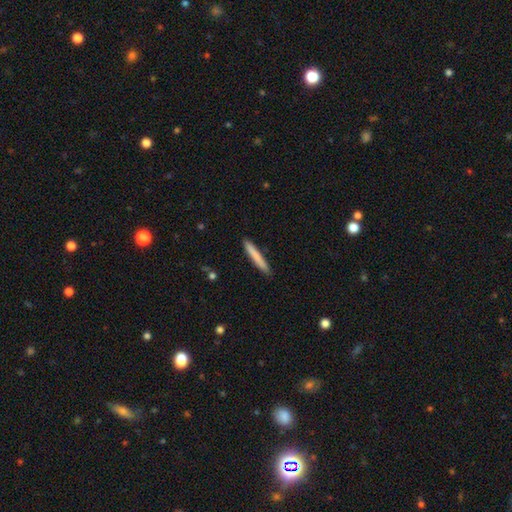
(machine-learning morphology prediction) A smooth galaxy with no disk features (78%) that is cigar-shaped (96%).

Vote fractions:
- Smooth or featured? smooth: 78% / featured or disk: 16% / star or artifact: 6%
- How rounded? cigar-shaped: 96% / in between: 3% / round: 1%
- Merging? none: 91% / minor disturbance: 7% / major disturbance: 1% / merger: 1%